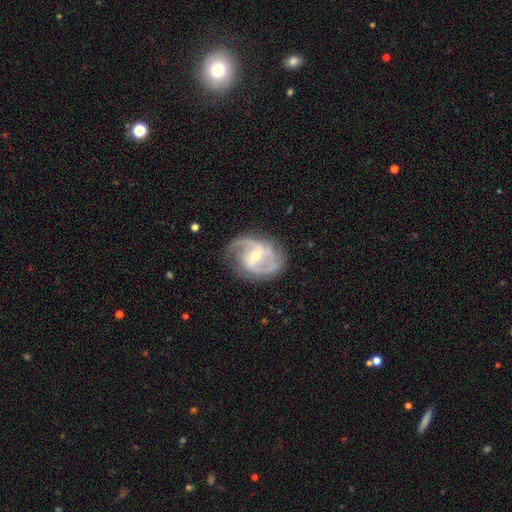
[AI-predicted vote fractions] The model was most divided on "bulge size": small: 51%, moderate: 46%, large: 1%, none: 1%, dominant: 1%. Remaining: edge-on disk — no (97%); spiral arms — yes (97%); smooth or featured — featured or disk (90%); spiral arm count — 2 (81%); merging — none (76%); spiral winding — medium (55%); bar — weak (47%).